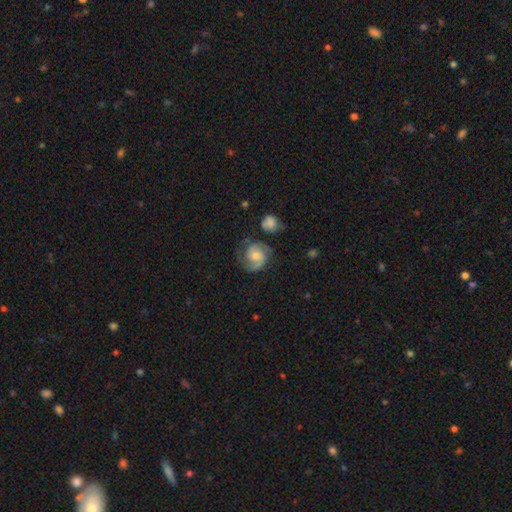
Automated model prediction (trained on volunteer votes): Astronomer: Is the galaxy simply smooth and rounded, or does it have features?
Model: featured or disk — 80%.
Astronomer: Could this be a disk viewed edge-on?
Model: no — 98%.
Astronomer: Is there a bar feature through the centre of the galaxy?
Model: no — 61%.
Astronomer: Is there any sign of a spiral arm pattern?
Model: yes — 96%.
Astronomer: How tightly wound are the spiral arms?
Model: medium — 48% (runner-up: tight, 36%).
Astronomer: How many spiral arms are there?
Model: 2 — 84%.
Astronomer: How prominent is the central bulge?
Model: moderate — 51% (runner-up: small, 40%).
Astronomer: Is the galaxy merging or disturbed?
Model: none — 70%.